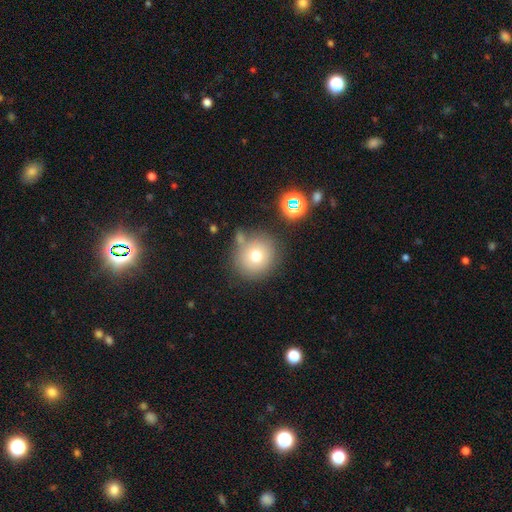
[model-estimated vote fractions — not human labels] Smooth or featured?
  - smooth: 71% *
  - star or artifact: 15%
  - featured or disk: 14%
How rounded?
  - round: 91% *
  - in between: 9%
  - cigar-shaped: 1%
Merging?
  - none: 72% *
  - minor disturbance: 13%
  - merger: 10%
  - major disturbance: 5%